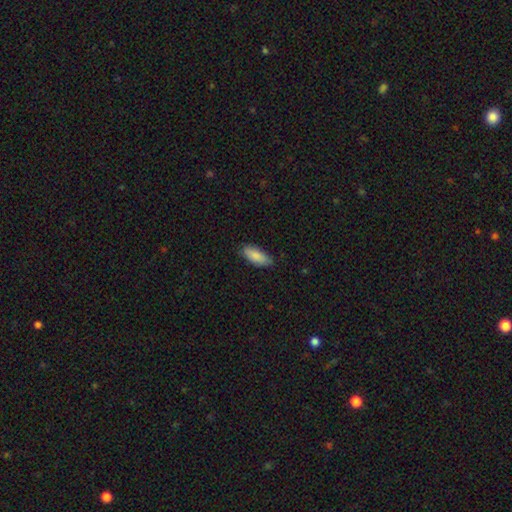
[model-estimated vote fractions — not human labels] Overall: smooth (88%). How rounded: in between (78%). Merging: none (80%).